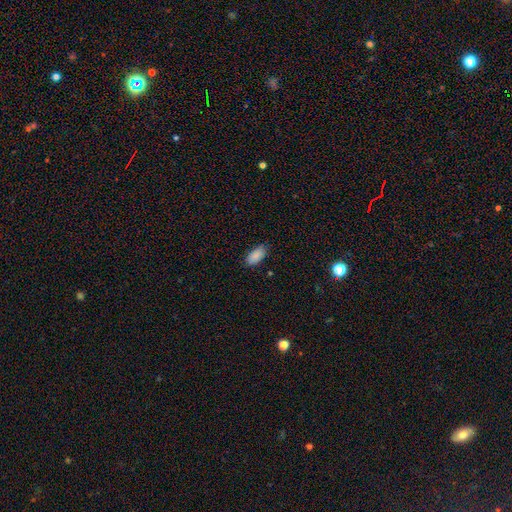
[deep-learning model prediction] Morphology: type=smooth (89%); roundness=in between (93%); merging=none (81%).